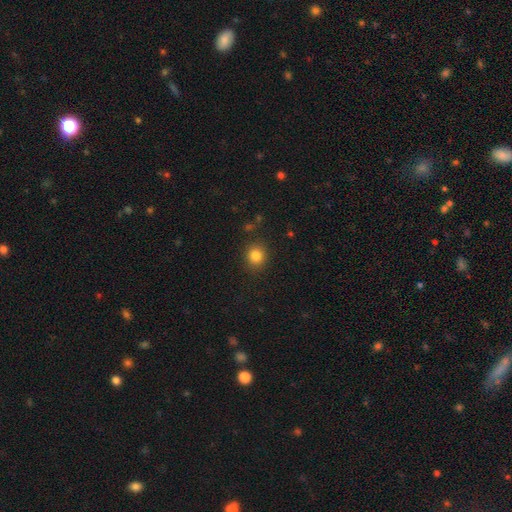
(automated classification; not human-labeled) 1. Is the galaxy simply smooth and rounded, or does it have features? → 83% smooth, 12% star or artifact, 5% featured or disk.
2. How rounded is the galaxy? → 80% round, 19% in between, 1% cigar-shaped.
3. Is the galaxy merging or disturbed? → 88% none, 8% minor disturbance, 3% major disturbance, 2% merger.